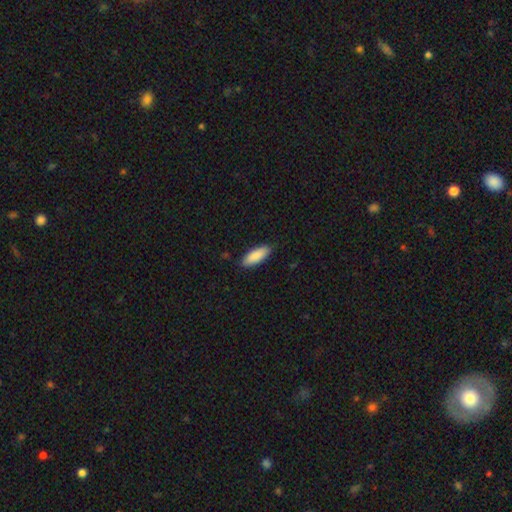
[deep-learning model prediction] Smooth or featured?
  - smooth: 89% *
  - featured or disk: 5%
  - star or artifact: 5%
How rounded?
  - in between: 71% *
  - cigar-shaped: 28%
  - round: 2%
Merging?
  - none: 86% *
  - minor disturbance: 11%
  - major disturbance: 2%
  - merger: 1%